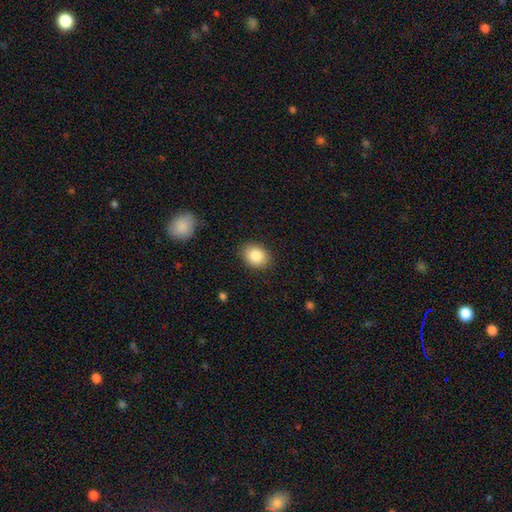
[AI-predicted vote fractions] Overall: smooth (85%). How rounded: in between (55%; round 44%). Merging: none (87%).